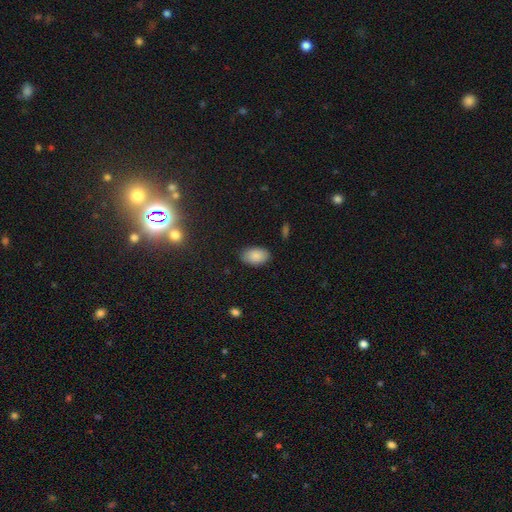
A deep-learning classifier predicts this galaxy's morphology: Q: Smooth or featured?
A: smooth (86%); runner-up: star or artifact (8%)
Q: How rounded?
A: in between (91%); runner-up: round (7%)
Q: Merging?
A: none (84%); runner-up: minor disturbance (12%)